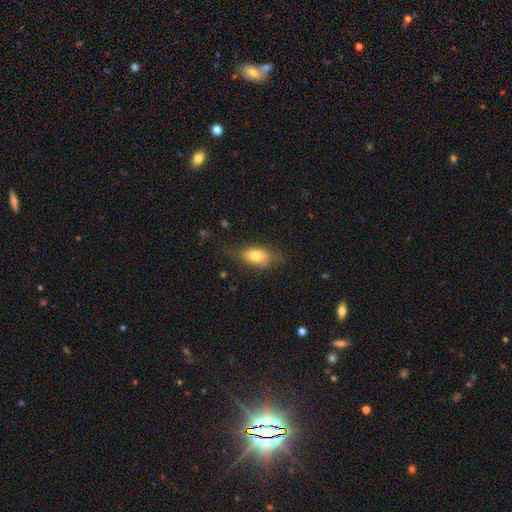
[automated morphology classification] This appears to be a smooth galaxy with no disk features (74%) that is in between round and cigar-shaped (85%). Merging: none (57%).